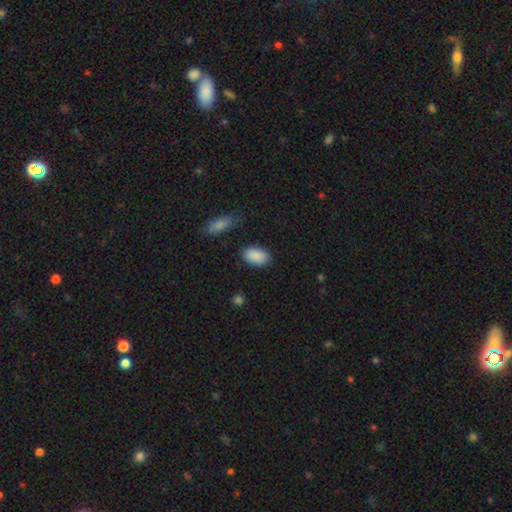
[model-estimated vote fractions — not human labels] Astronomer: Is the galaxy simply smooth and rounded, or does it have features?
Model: smooth — 90%.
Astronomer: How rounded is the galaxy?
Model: in between — 93%.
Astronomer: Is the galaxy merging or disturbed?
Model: none — 83%.